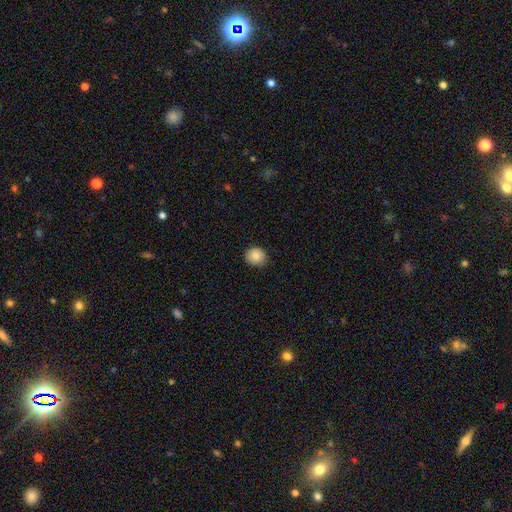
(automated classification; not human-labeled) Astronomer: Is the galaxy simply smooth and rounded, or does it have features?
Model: smooth — 84%.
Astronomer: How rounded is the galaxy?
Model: round — 82%.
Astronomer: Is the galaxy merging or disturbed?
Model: none — 86%.